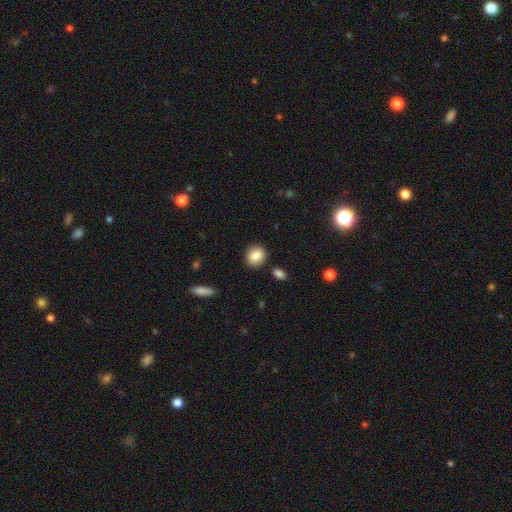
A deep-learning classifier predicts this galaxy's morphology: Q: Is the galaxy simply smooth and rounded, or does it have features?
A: smooth — 87%.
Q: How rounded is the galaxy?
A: round — 75%.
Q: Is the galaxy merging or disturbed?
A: none — 87%.